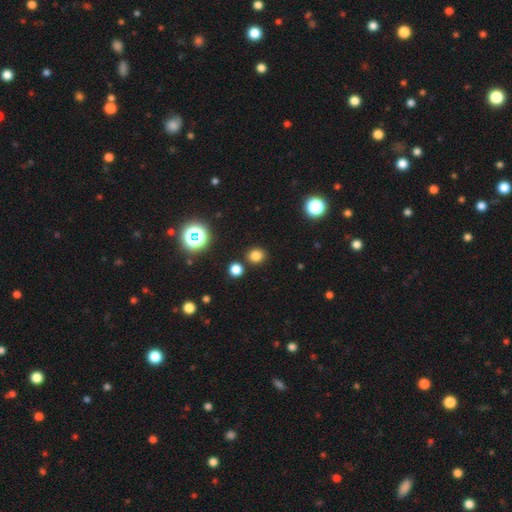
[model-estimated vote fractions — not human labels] A smooth galaxy with no disk features (77%) that is round (82%).

Vote fractions:
- Smooth or featured? smooth: 77% / star or artifact: 18% / featured or disk: 5%
- How rounded? round: 82% / in between: 17% / cigar-shaped: 1%
- Merging? none: 85% / minor disturbance: 7% / merger: 6% / major disturbance: 2%